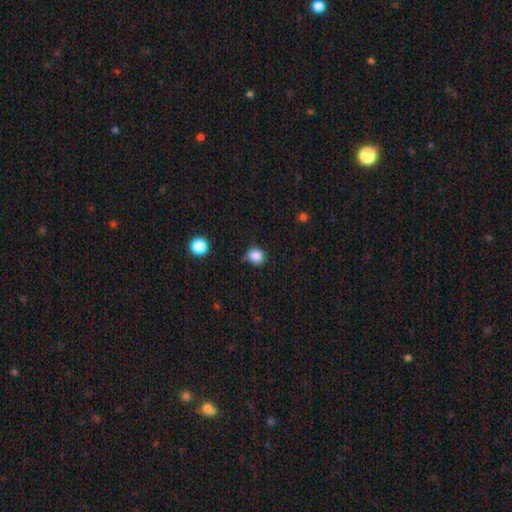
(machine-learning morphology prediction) Smooth or featured? Predicted: smooth (p=0.85). How rounded? Predicted: round (p=0.71). Merging? Predicted: none (p=0.67).